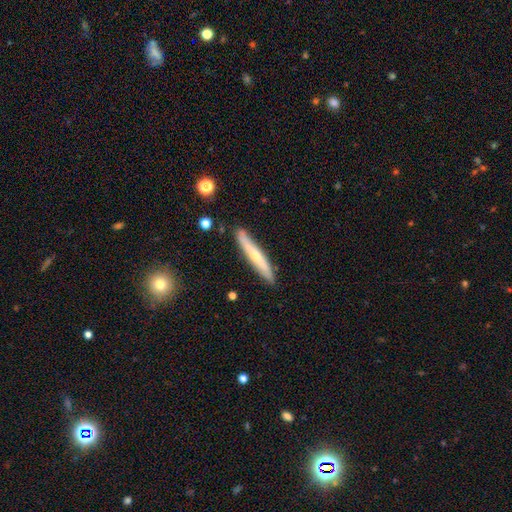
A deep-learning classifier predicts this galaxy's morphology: This is possibly a featured or disk galaxy (48%). Merging: clearly none (87%).